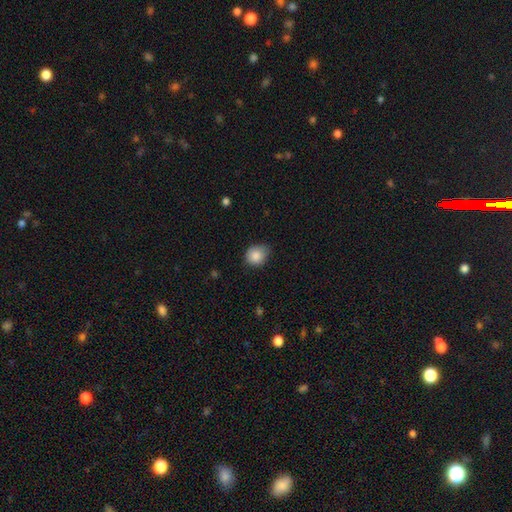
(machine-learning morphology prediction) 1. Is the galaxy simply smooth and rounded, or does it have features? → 86% smooth, 9% star or artifact, 6% featured or disk.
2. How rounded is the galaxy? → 64% round, 35% in between, 1% cigar-shaped.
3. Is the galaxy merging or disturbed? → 60% none, 33% minor disturbance, 5% major disturbance, 1% merger.